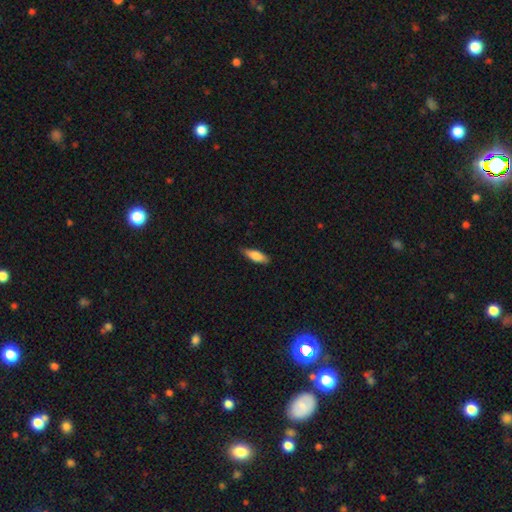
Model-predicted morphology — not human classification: The model was most divided on "how rounded": in between: 55%, cigar-shaped: 43%, round: 2%. More confident: merging — none (80%); smooth or featured — smooth (79%).